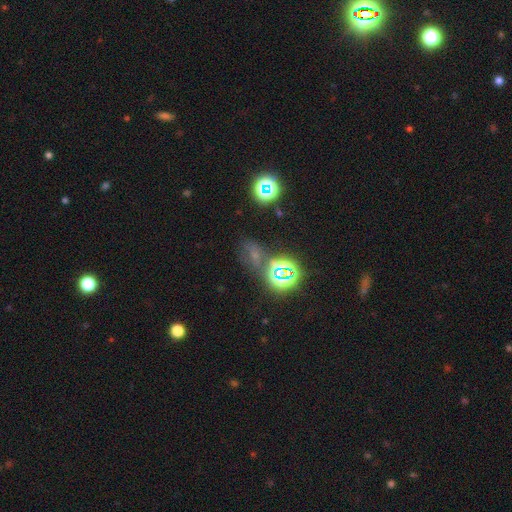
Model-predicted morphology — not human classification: type=star or artifact (58%).